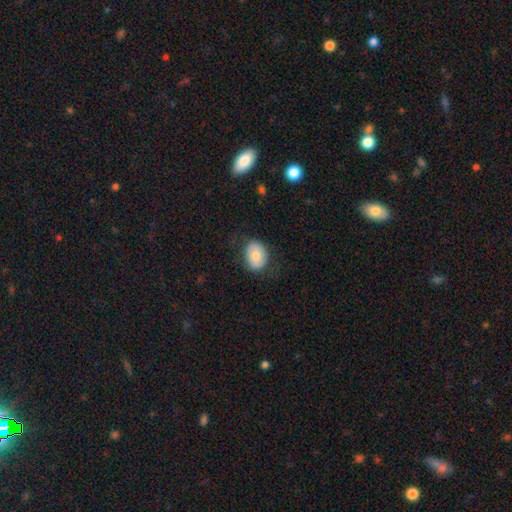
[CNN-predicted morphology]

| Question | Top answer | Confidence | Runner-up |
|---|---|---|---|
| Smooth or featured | smooth | 75% | featured or disk (18%) |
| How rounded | in between | 60% | round (39%) |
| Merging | none | 76% | minor disturbance (17%) |